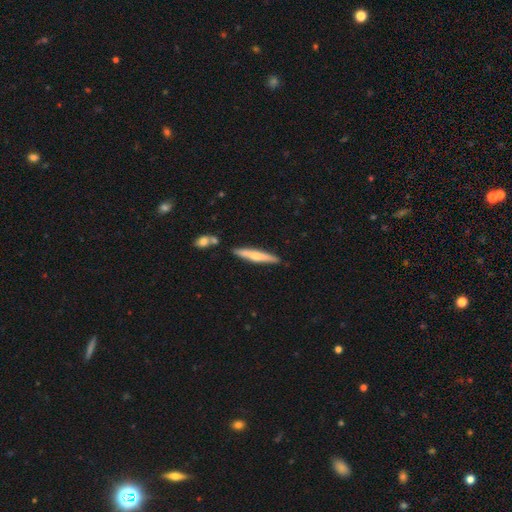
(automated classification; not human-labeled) Morphology: type=smooth (53%); roundness=cigar-shaped (93%); merging=none (84%).